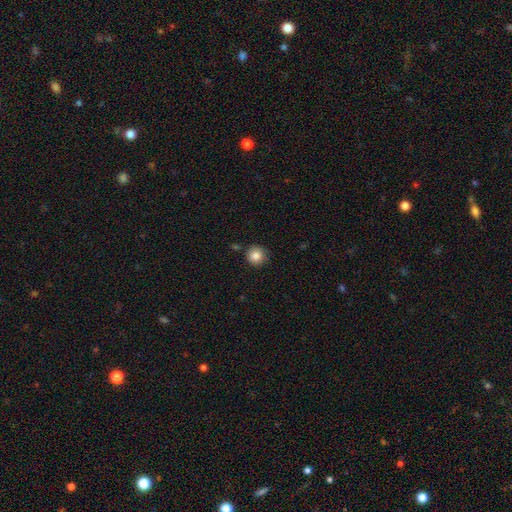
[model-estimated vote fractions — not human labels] smooth_or_featured: smooth (p=0.85) [alt: star or artifact p=0.10]
how_rounded: round (p=0.93) [alt: in between p=0.06]
merging: none (p=0.83) [alt: minor disturbance p=0.11]